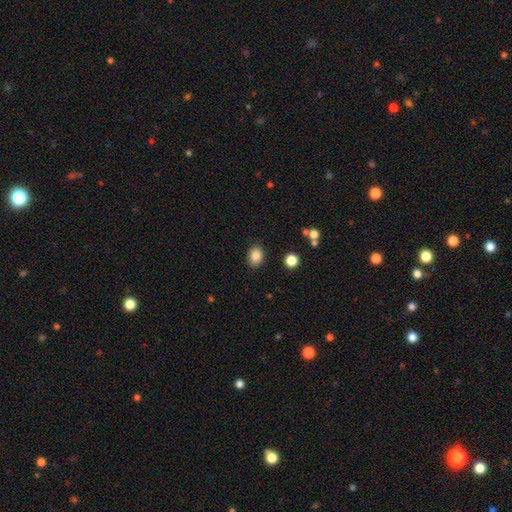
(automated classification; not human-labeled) Overall: smooth (86%). How rounded: in between (61%; round 38%). Merging: none (86%).